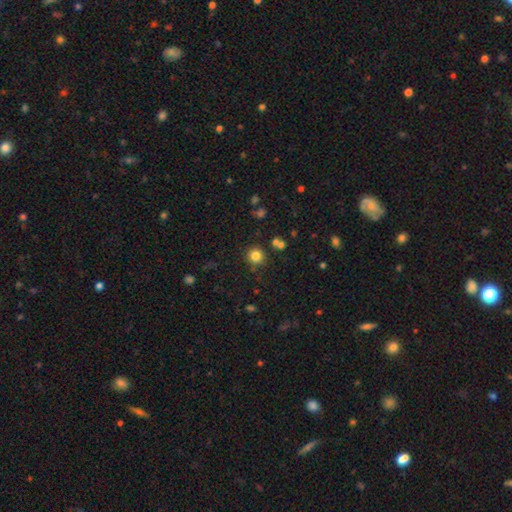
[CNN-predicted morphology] Smooth or featured: smooth — 80% (star or artifact — 14%)
How rounded: round — 93% (in between — 6%)
Merging: none — 85% (minor disturbance — 7%)